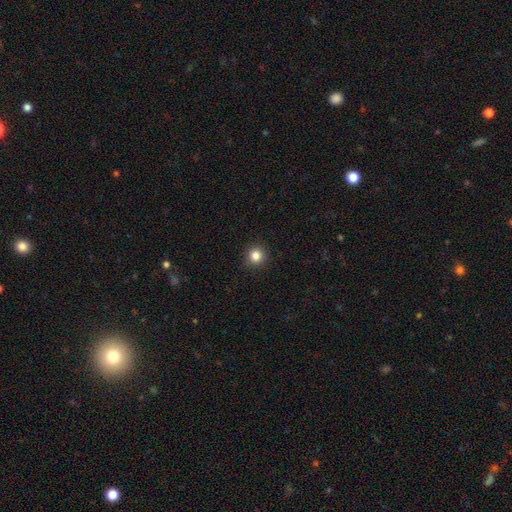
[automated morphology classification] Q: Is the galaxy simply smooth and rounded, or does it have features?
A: smooth — 84%.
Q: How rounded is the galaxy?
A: round — 94%.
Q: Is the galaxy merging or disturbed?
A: none — 91%.